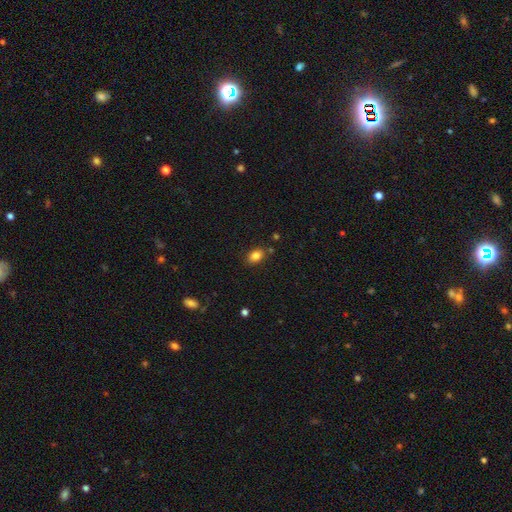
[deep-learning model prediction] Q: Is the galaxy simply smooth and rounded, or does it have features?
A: smooth — 84%.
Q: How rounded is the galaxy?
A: in between — 82%.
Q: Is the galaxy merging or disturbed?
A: none — 80%.